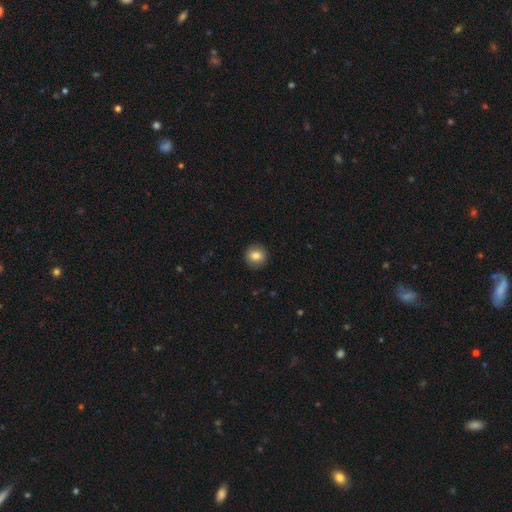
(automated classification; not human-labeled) A smooth galaxy with no disk features (83%) that is round (91%).

Vote fractions:
- Smooth or featured? smooth: 83% / star or artifact: 9% / featured or disk: 8%
- How rounded? round: 91% / in between: 8% / cigar-shaped: 1%
- Merging? none: 92% / minor disturbance: 6% / major disturbance: 2% / merger: 1%